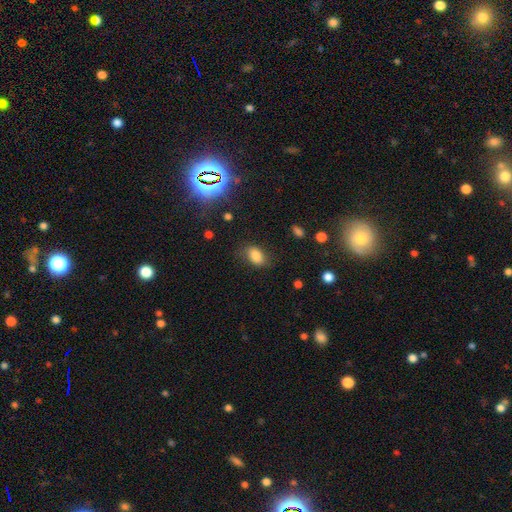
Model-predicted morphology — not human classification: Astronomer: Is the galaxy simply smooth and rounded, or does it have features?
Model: smooth — 81%.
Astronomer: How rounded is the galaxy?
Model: in between — 85%.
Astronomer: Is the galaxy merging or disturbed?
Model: none — 73%.